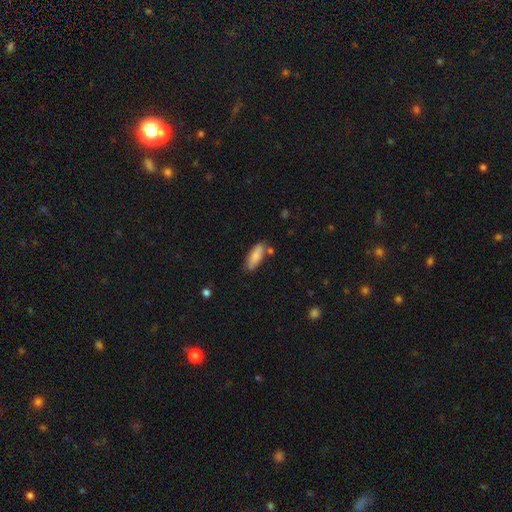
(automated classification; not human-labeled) This appears to be a smooth galaxy with no disk features (81%) that is in between round and cigar-shaped (64%). Merging: none (75%).